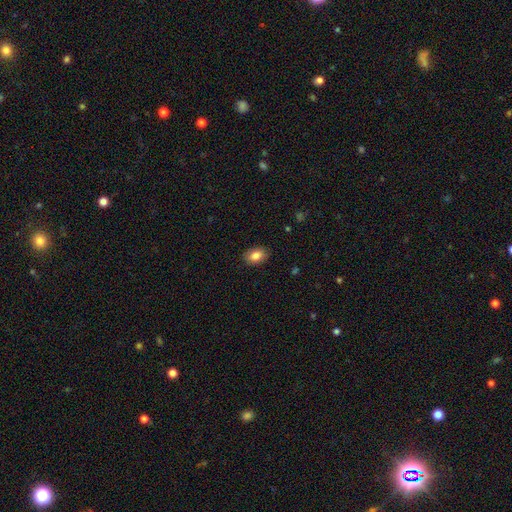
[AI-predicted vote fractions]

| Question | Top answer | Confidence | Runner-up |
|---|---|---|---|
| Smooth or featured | smooth | 84% | featured or disk (8%) |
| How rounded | in between | 84% | round (15%) |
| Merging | none | 87% | minor disturbance (9%) |